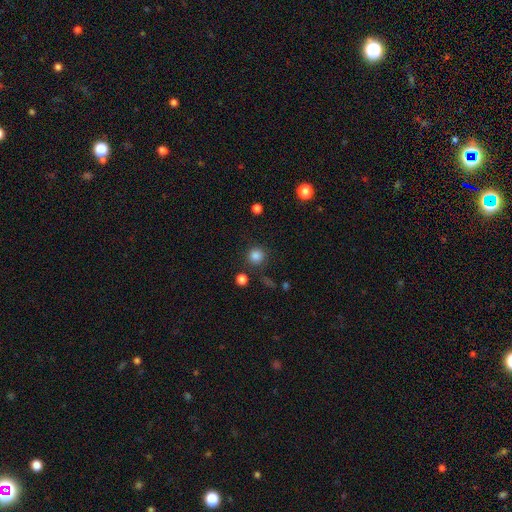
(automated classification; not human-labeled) Smooth or featured? smooth (84%)
How rounded? round (93%)
Merging? none (85%)